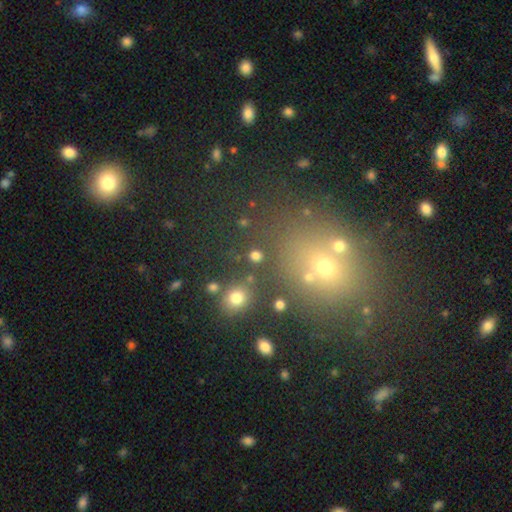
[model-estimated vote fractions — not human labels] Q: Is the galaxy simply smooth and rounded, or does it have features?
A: smooth — 77%.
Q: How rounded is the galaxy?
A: round — 86%.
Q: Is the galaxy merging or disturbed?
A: none — 84%.